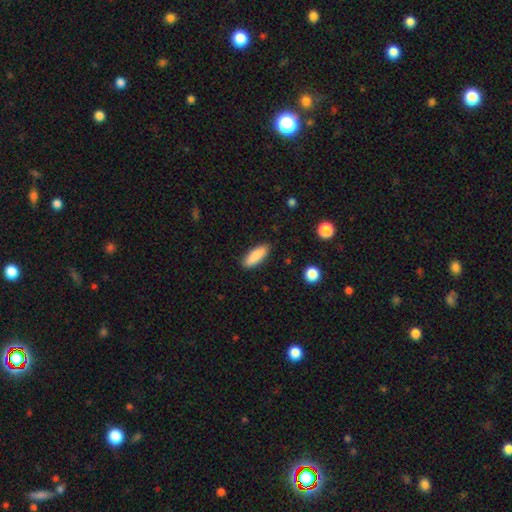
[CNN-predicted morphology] smooth 88%, star or artifact 6%, featured or disk 6%. Down the decision tree: how rounded — in between (65%); merging — none (87%).